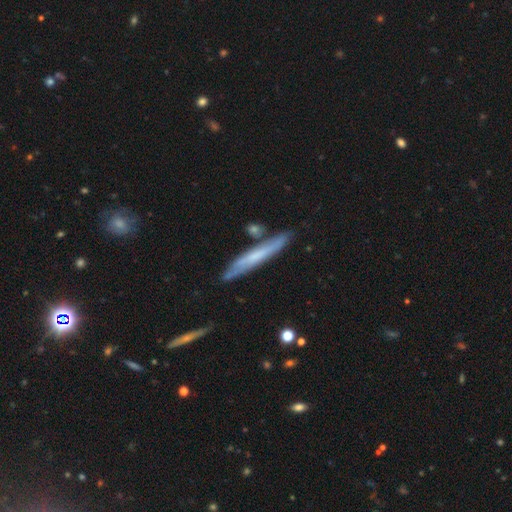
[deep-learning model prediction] Smooth or featured? Predicted: smooth (p=0.48). Merging? Predicted: none (p=0.76).